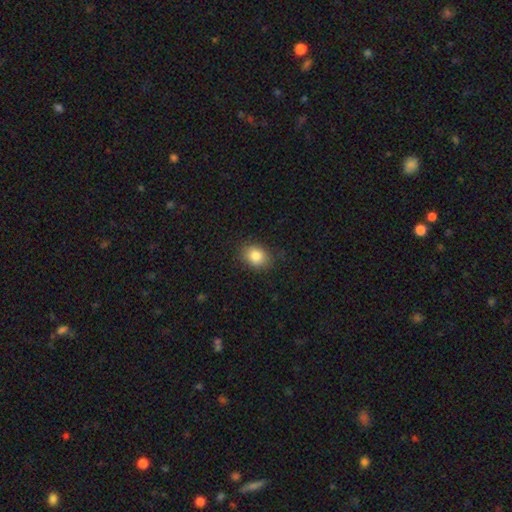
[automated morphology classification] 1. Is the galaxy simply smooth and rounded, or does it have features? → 84% smooth, 9% star or artifact, 7% featured or disk.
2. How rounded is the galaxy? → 58% in between, 41% round, 1% cigar-shaped.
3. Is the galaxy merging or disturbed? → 84% none, 12% minor disturbance, 3% major disturbance, 1% merger.